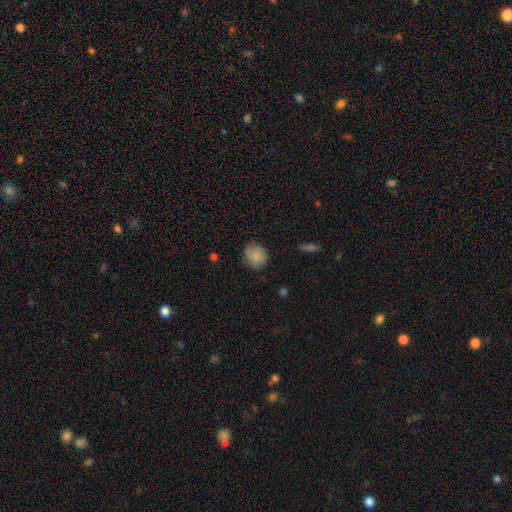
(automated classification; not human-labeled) This is clearly a smooth galaxy (85%). How rounded: clearly round (82%). Merging: likely none (79%).